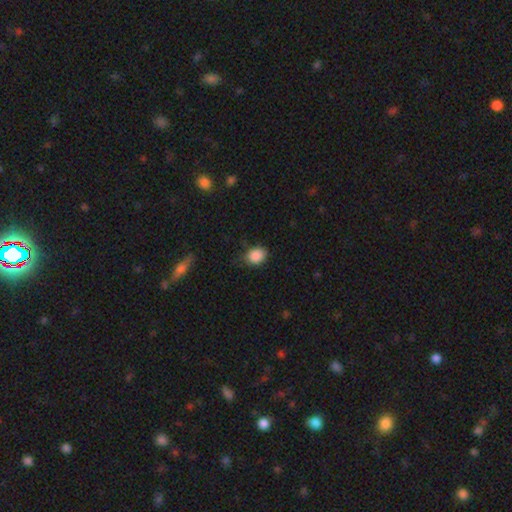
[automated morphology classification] type=smooth (88%); roundness=in between (58%); merging=none (68%).